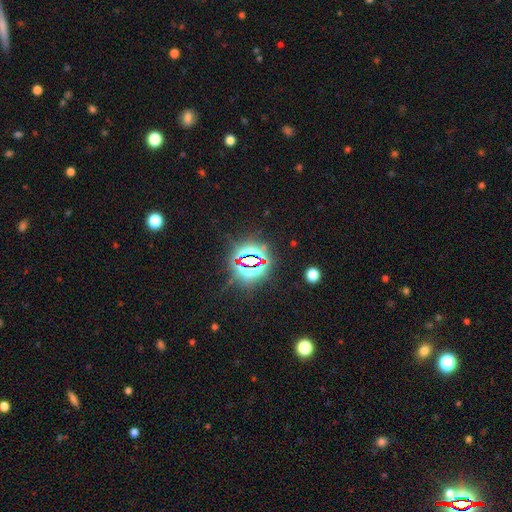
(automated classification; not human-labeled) smooth_or_featured: star or artifact (p=0.82) [alt: smooth p=0.11]